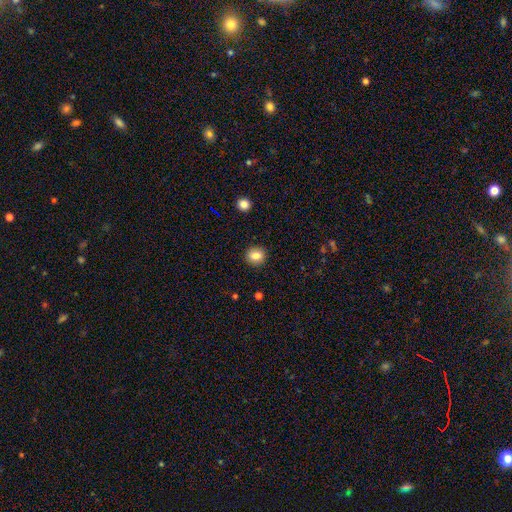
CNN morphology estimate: Q: Smooth or featured?
A: smooth (83%); runner-up: star or artifact (10%)
Q: How rounded?
A: round (80%); runner-up: in between (19%)
Q: Merging?
A: none (91%); runner-up: minor disturbance (6%)